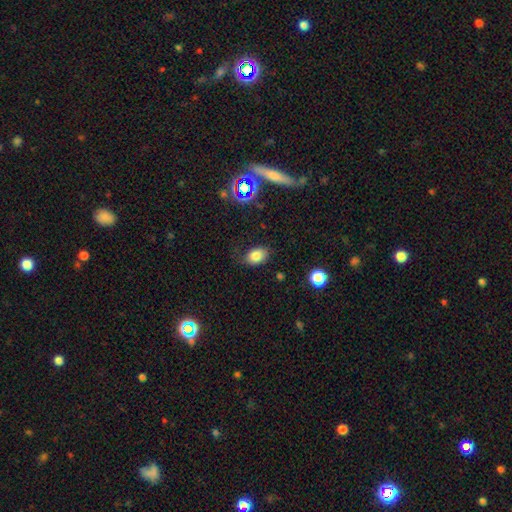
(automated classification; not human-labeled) Smooth or featured? Predicted: smooth (p=0.79). How rounded? Predicted: in between (p=0.76). Merging? Predicted: none (p=0.71).